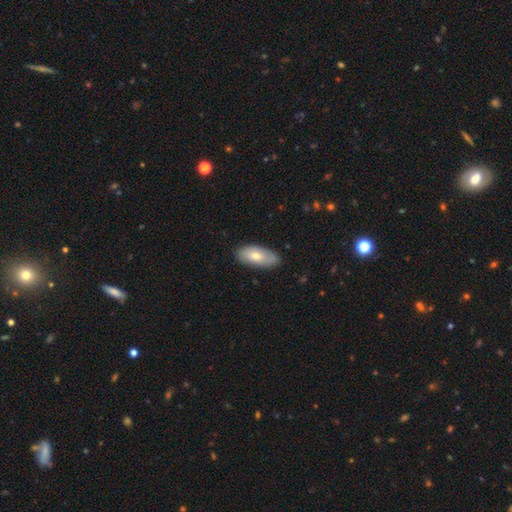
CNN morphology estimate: Smooth or featured? Predicted: smooth (p=0.68). How rounded? Predicted: in between (p=0.89). Merging? Predicted: none (p=0.85).